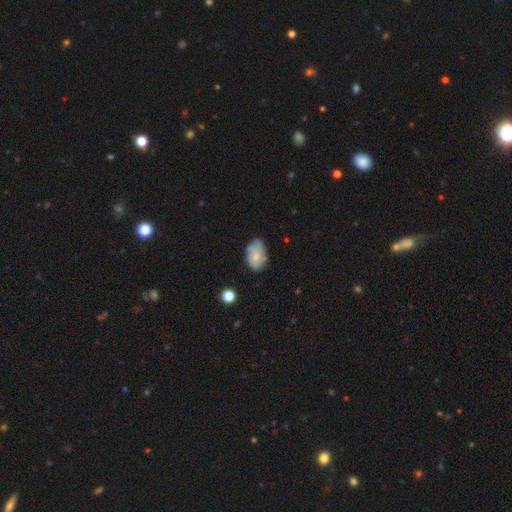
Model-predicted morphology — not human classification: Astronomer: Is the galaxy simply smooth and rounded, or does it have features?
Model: smooth — 62%.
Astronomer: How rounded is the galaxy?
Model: in between — 87%.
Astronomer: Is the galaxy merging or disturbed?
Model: none — 61%.